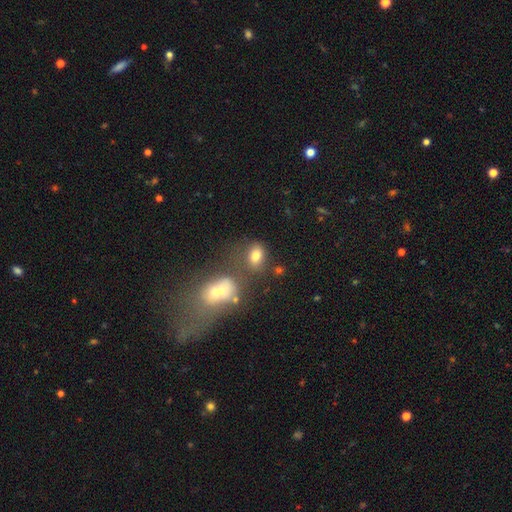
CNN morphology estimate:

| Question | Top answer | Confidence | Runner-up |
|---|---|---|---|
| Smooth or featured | smooth | 78% | star or artifact (12%) |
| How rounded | in between | 74% | round (25%) |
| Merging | none | 56% | merger (20%) |